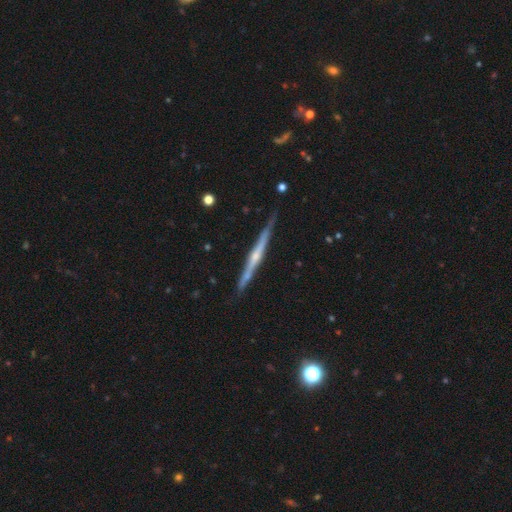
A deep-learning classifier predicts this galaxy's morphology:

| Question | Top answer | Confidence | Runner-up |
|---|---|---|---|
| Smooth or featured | featured or disk | 76% | smooth (18%) |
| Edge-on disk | yes | 98% | no (2%) |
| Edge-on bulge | rounded | 58% | none (33%) |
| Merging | none | 83% | minor disturbance (13%) |